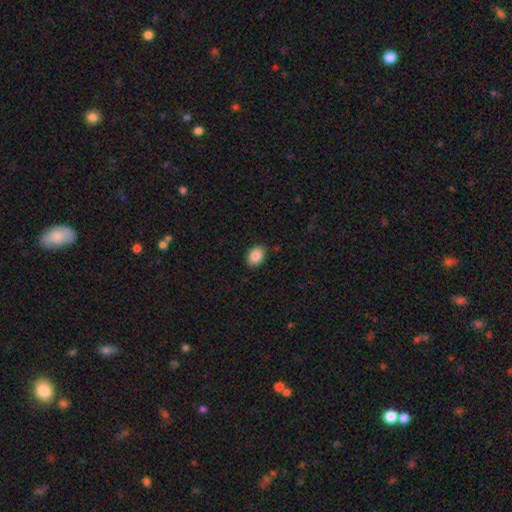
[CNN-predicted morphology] Smooth or featured? Predicted: smooth (p=0.88). How rounded? Predicted: in between (p=0.82). Merging? Predicted: none (p=0.88).